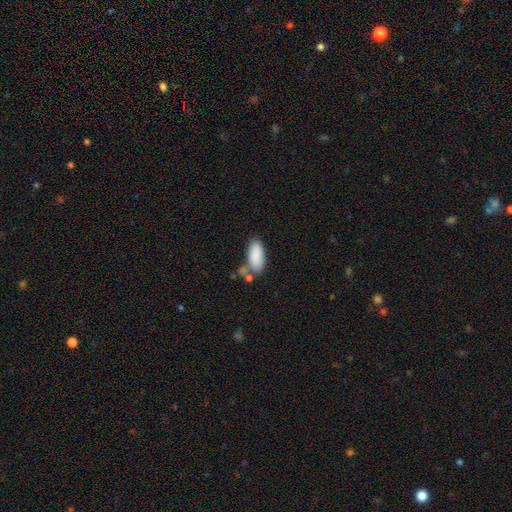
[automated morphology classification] This appears to be a smooth galaxy with no disk features (87%) that is in between round and cigar-shaped (87%). Merging: none (56%).